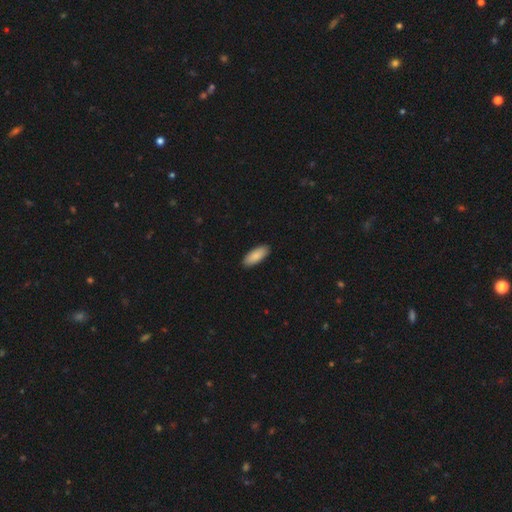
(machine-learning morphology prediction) This is clearly a smooth galaxy (89%). How rounded: likely in between (79%). Merging: clearly none (90%).